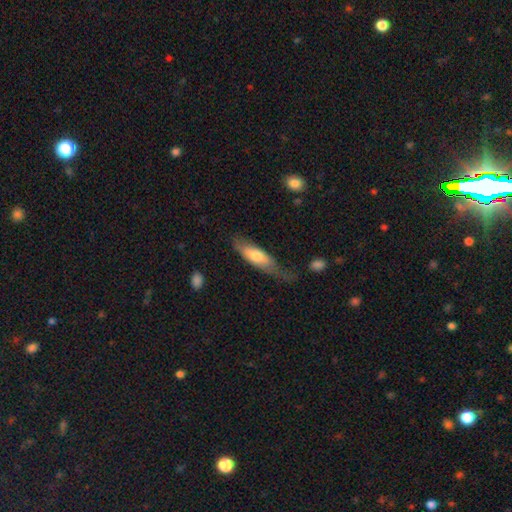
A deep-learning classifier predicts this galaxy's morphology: smooth 65%, featured or disk 30%, star or artifact 5%. Down the decision tree: how rounded — in between (54%); merging — none (38%).